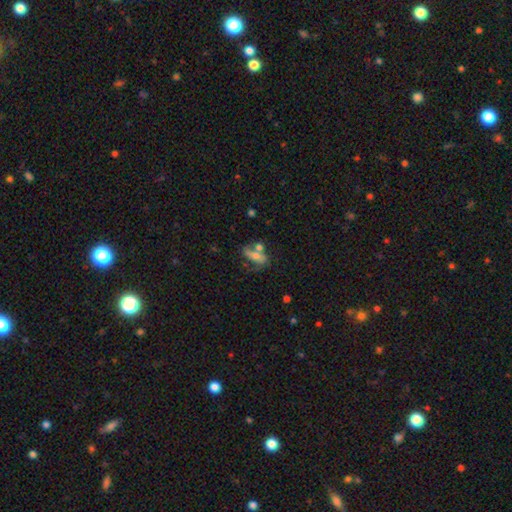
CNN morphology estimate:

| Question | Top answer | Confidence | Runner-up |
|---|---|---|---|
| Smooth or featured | featured or disk | 49% | smooth (41%) |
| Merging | none | 38% | merger (30%) |